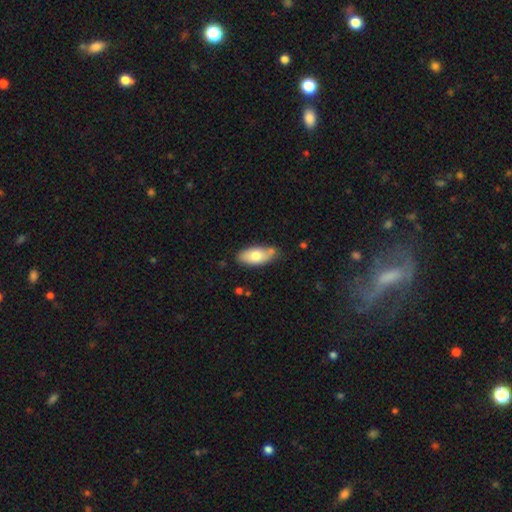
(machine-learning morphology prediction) Smooth or featured?
  - smooth: 71% *
  - featured or disk: 23%
  - star or artifact: 6%
How rounded?
  - in between: 89% *
  - cigar-shaped: 8%
  - round: 3%
Merging?
  - none: 68% *
  - minor disturbance: 21%
  - merger: 7%
  - major disturbance: 4%